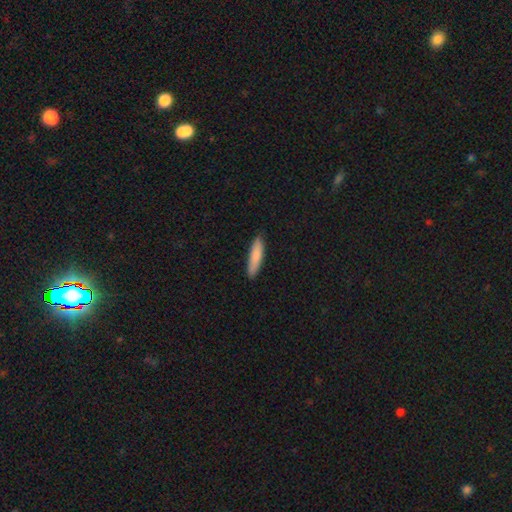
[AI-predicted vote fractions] Morphology: type=smooth (85%); roundness=cigar-shaped (82%); merging=none (88%).